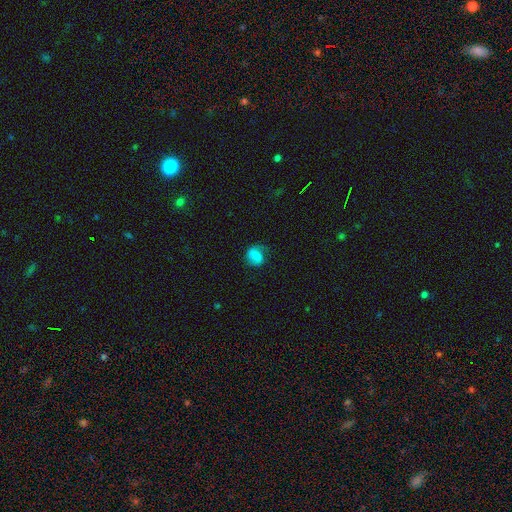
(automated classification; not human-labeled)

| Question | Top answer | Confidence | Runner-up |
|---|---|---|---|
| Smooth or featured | smooth | 68% | featured or disk (21%) |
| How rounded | round | 52% | in between (47%) |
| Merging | none | 55% | minor disturbance (27%) |